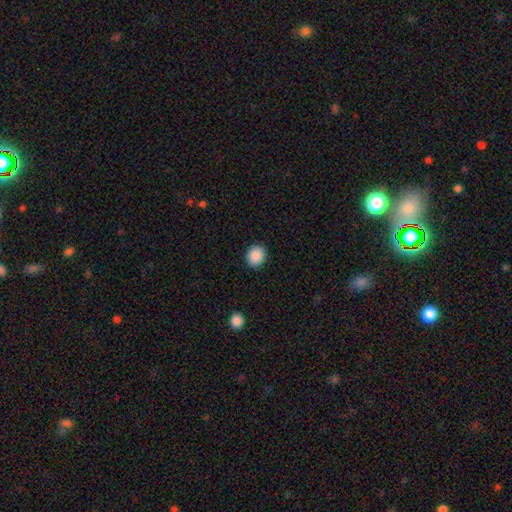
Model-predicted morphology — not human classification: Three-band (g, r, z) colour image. It shows a smooth galaxy with no disk features (90%) that is round (70%). Merging: none (91%).